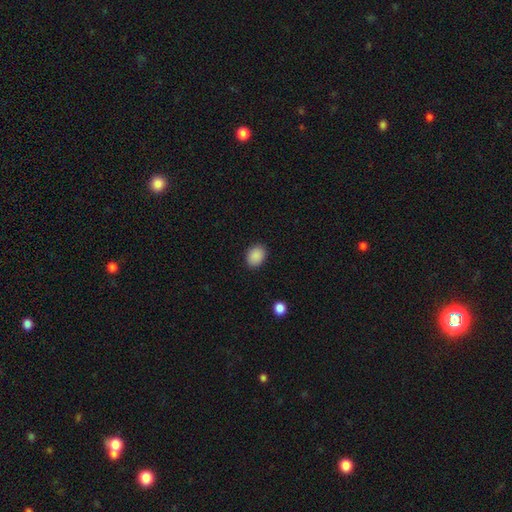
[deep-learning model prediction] smooth_or_featured: smooth (p=0.89) [alt: star or artifact p=0.08]
how_rounded: in between (p=0.58) [alt: round p=0.41]
merging: none (p=0.89) [alt: minor disturbance p=0.08]